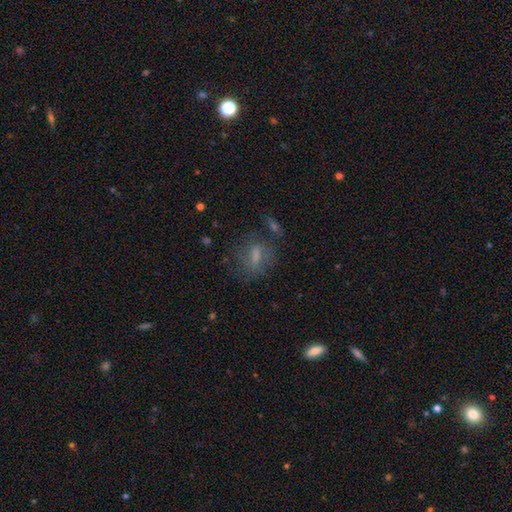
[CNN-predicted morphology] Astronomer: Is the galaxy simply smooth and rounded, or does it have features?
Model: smooth — 51% (runner-up: featured or disk, 32%).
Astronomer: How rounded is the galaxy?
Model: in between — 53% (runner-up: cigar-shaped, 29%).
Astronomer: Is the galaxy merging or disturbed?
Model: none — 62%.